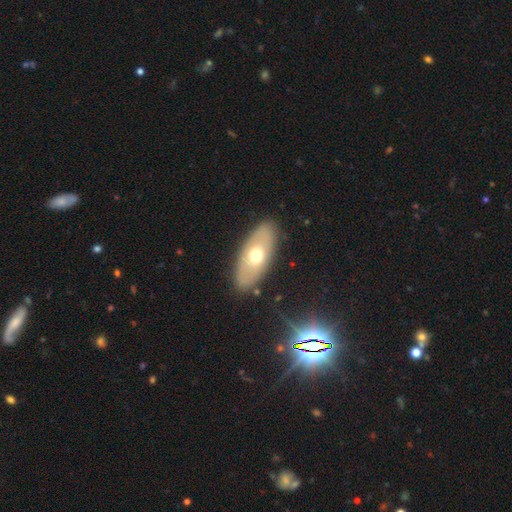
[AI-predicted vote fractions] Morphology: type=smooth (56%); roundness=in between (88%); merging=none (85%).